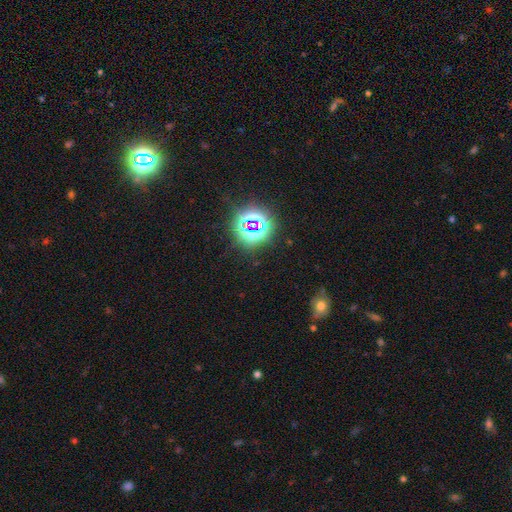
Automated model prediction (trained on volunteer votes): This appears to be a star or artifact, not a galaxy (77%).